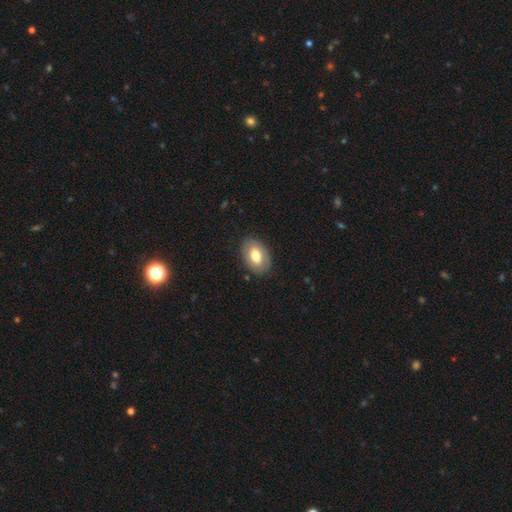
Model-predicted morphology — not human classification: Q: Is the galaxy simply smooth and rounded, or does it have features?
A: smooth — 70%.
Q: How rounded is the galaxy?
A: in between — 89%.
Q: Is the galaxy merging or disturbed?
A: none — 85%.